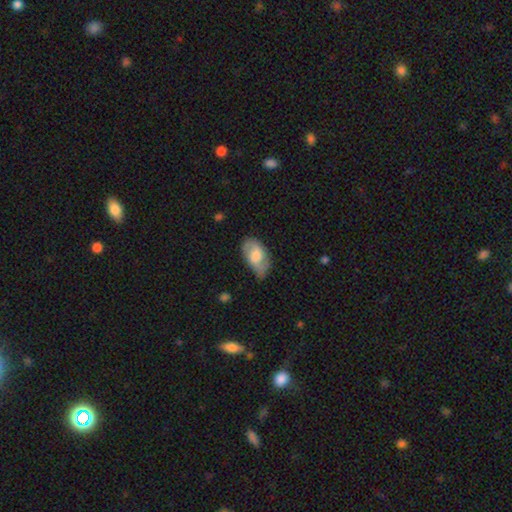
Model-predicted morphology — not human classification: smooth 56%, featured or disk 38%, star or artifact 6%. Down the decision tree: how rounded — in between (93%); merging — none (57%).